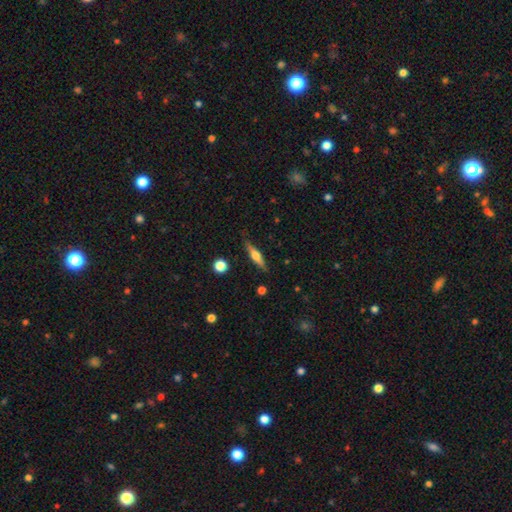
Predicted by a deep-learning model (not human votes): Smooth or featured? featured or disk (56%)
Edge-on disk? yes (95%)
Edge-on bulge? rounded (89%)
Merging? none (86%)